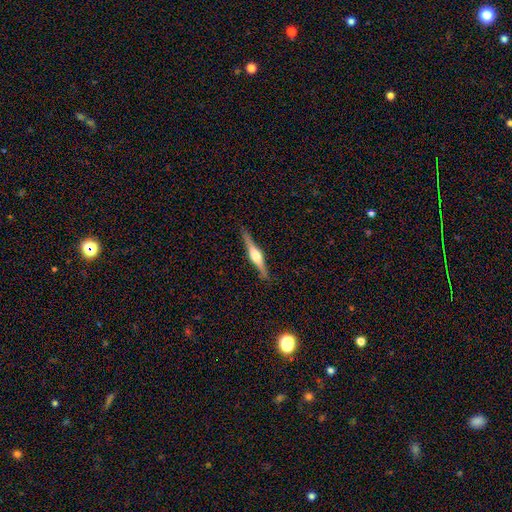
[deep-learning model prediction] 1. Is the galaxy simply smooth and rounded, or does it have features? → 75% featured or disk, 19% smooth, 5% star or artifact.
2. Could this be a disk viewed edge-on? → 98% yes, 2% no.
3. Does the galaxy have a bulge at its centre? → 89% rounded, 8% boxy, 3% none.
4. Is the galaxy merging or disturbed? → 90% none, 8% minor disturbance, 2% major disturbance, 1% merger.